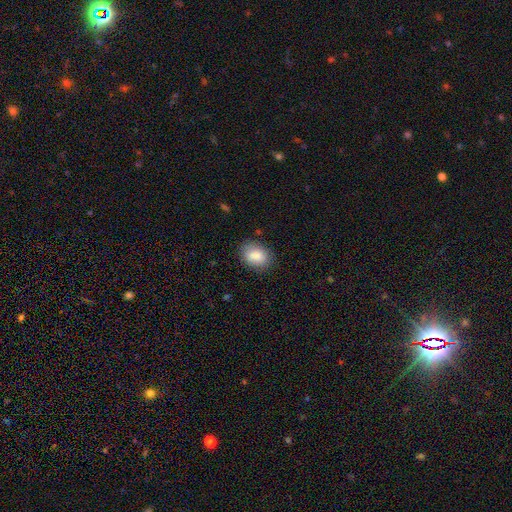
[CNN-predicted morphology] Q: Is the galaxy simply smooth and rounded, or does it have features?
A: smooth — 87%.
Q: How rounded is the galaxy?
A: in between — 72%.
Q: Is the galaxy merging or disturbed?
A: none — 81%.